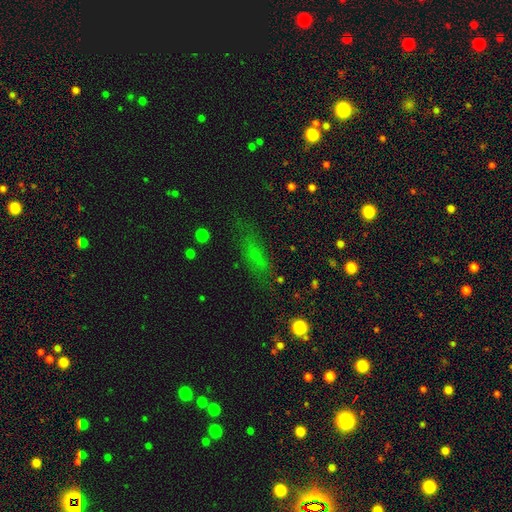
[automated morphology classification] Smooth or featured? smooth (54%)
How rounded? cigar-shaped (55%)
Merging? none (67%)